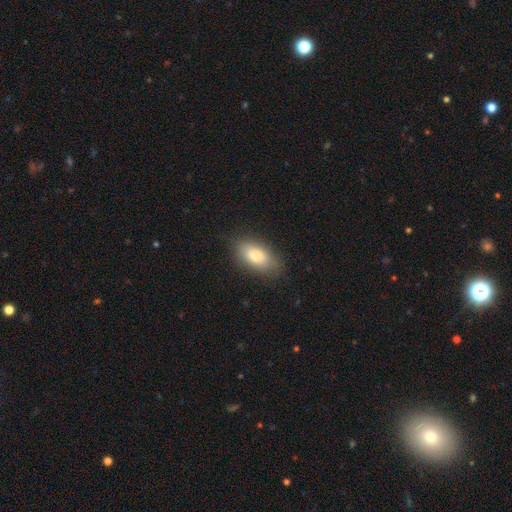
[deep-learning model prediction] Smooth or featured? smooth (84%)
How rounded? in between (91%)
Merging? none (81%)